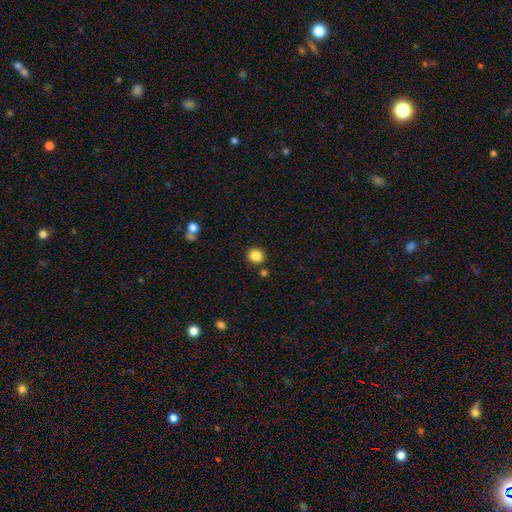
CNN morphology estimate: smooth_or_featured: smooth (p=0.86) [alt: star or artifact p=0.10]
how_rounded: round (p=0.80) [alt: in between p=0.19]
merging: none (p=0.86) [alt: minor disturbance p=0.07]